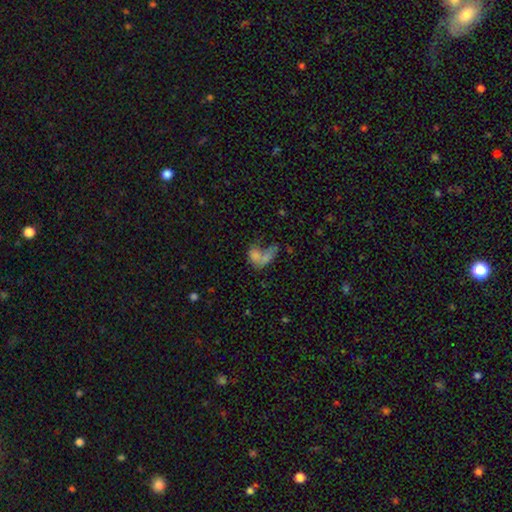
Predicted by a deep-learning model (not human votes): Morphology: type=smooth (62%); roundness=in between (71%); merging=merger (55%).